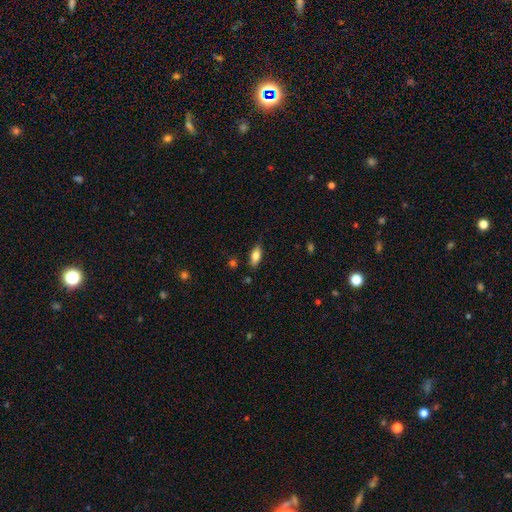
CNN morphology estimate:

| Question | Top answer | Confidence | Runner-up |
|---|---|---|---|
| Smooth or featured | smooth | 77% | featured or disk (16%) |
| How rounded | in between | 82% | cigar-shaped (15%) |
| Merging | none | 82% | minor disturbance (14%) |